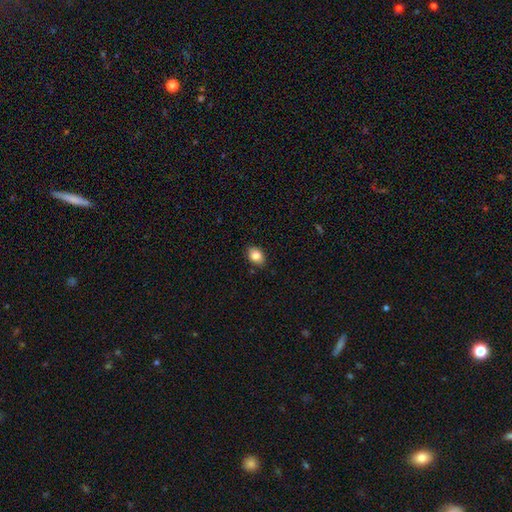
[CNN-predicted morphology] Smooth or featured: smooth — 84% (star or artifact — 8%)
How rounded: in between — 77% (round — 22%)
Merging: none — 87% (minor disturbance — 10%)